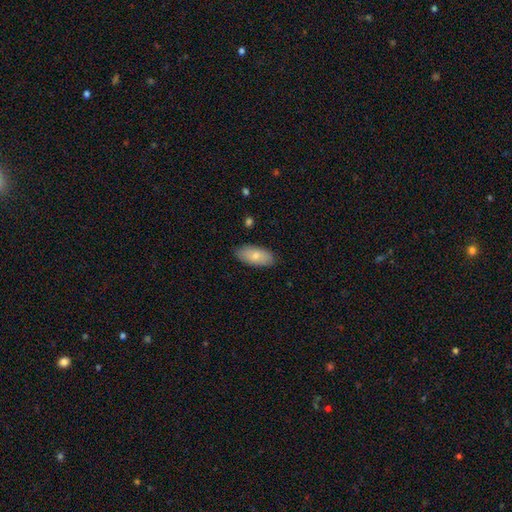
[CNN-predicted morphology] Smooth or featured? smooth (79%)
How rounded? in between (91%)
Merging? none (85%)